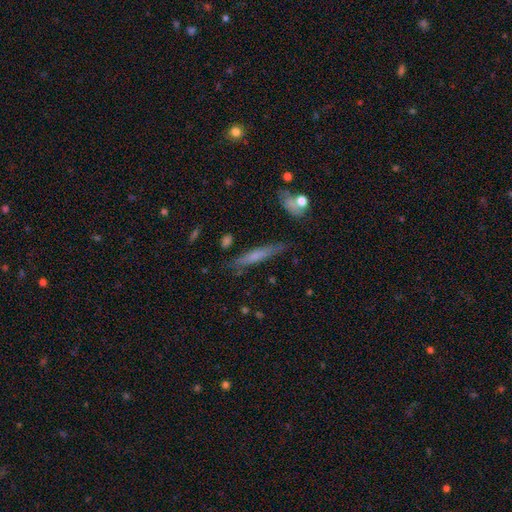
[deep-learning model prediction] Smooth or featured? smooth (55%)
How rounded? cigar-shaped (91%)
Merging? none (78%)